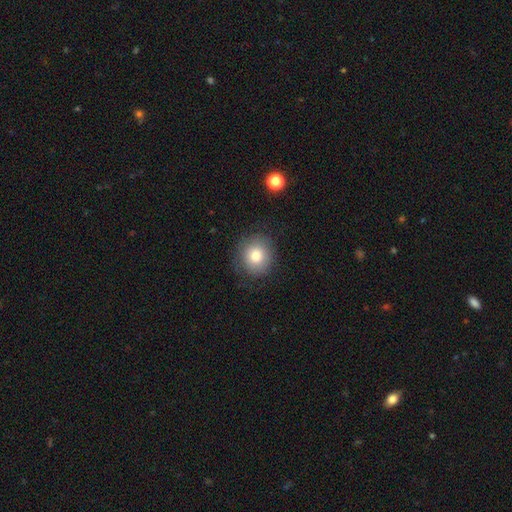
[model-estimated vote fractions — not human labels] Overall: smooth (79%). How rounded: round (86%). Merging: none (81%).